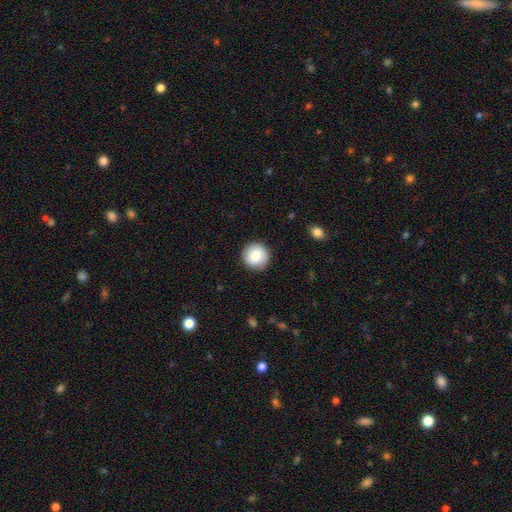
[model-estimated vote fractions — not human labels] Smooth or featured? smooth (83%)
How rounded? round (95%)
Merging? none (90%)